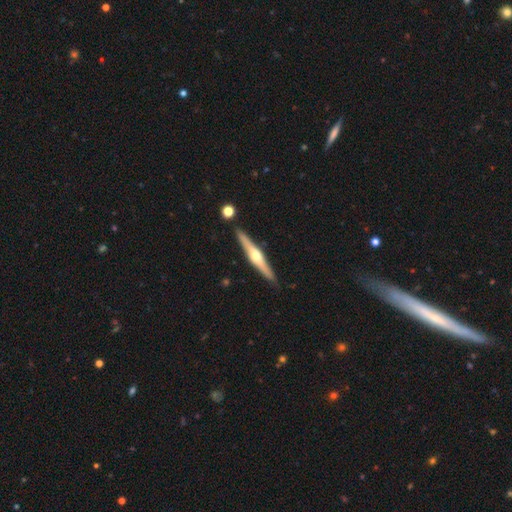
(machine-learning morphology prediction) Overall: featured or disk (71%). Edge-on disk: yes (98%). Edge-on bulge: rounded (91%). Merging: none (88%).